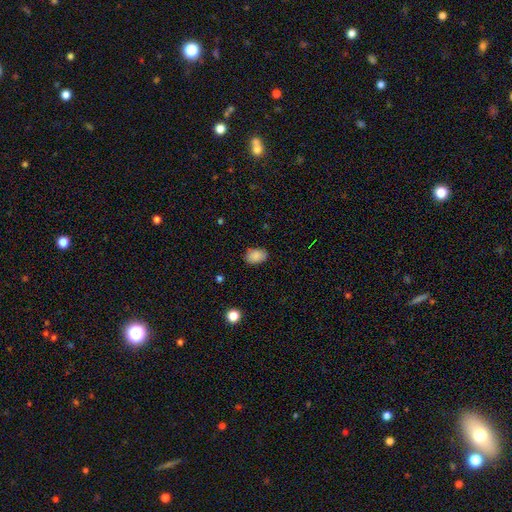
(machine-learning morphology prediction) Q: Smooth or featured?
A: smooth (87%); runner-up: star or artifact (9%)
Q: How rounded?
A: in between (81%); runner-up: round (18%)
Q: Merging?
A: none (82%); runner-up: minor disturbance (14%)